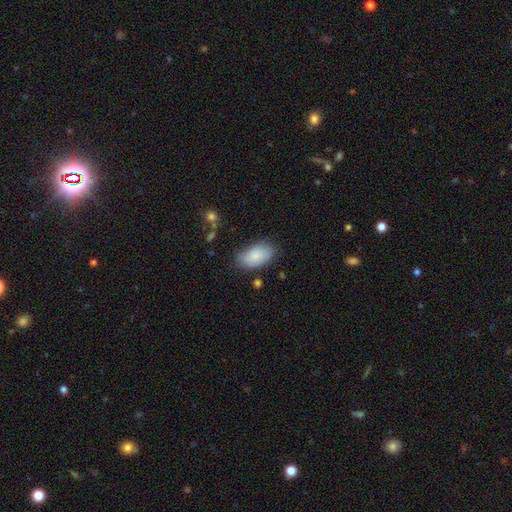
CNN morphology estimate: smooth 85%, featured or disk 9%, star or artifact 6%. Down the decision tree: how rounded — in between (94%); merging — none (76%).